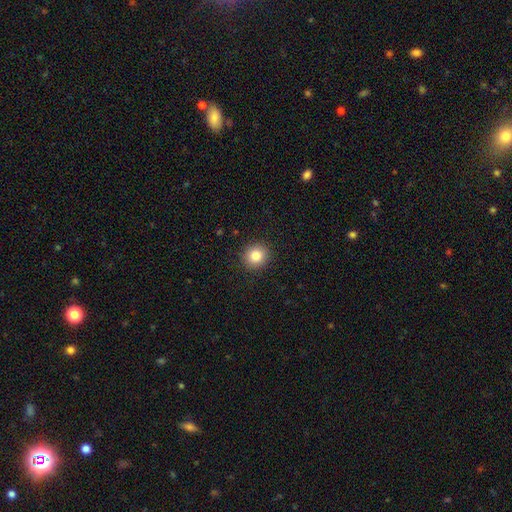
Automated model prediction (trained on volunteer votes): A smooth galaxy with no disk features (84%) that is round (88%). Merging: none (91%).